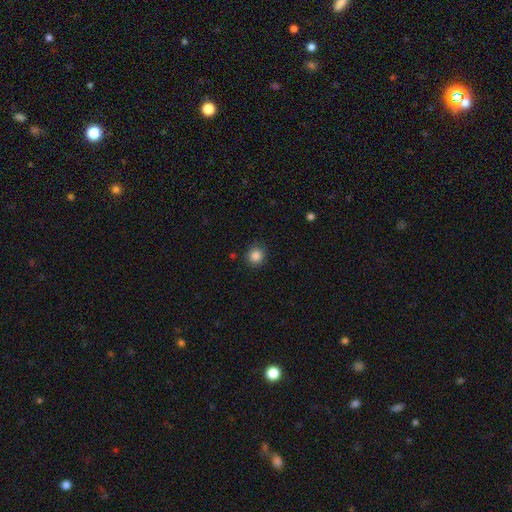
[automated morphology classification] A smooth galaxy with no disk features (86%) that is round (90%).

Vote fractions:
- Smooth or featured? smooth: 86% / star or artifact: 10% / featured or disk: 3%
- How rounded? round: 90% / in between: 9% / cigar-shaped: 1%
- Merging? none: 87% / minor disturbance: 9% / major disturbance: 3% / merger: 1%